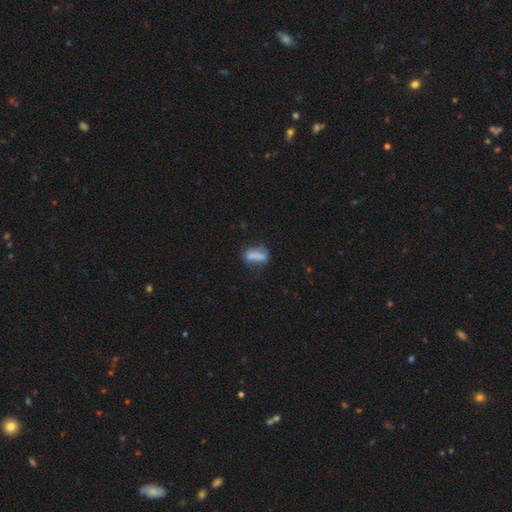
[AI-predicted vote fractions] A smooth galaxy with no disk features (64%) that is in between round and cigar-shaped (62%). Merging: none (48%).